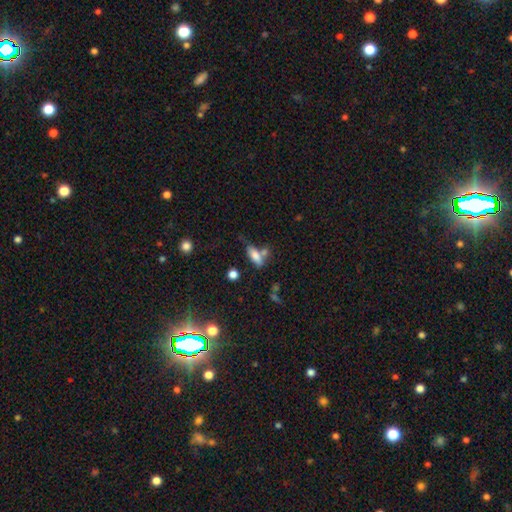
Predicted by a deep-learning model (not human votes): A smooth galaxy with no disk features (75%) that is in between round and cigar-shaped (71%).

Vote fractions:
- Smooth or featured? smooth: 75% / featured or disk: 15% / star or artifact: 10%
- How rounded? in between: 71% / cigar-shaped: 25% / round: 4%
- Merging? none: 44% / merger: 29% / minor disturbance: 18% / major disturbance: 9%